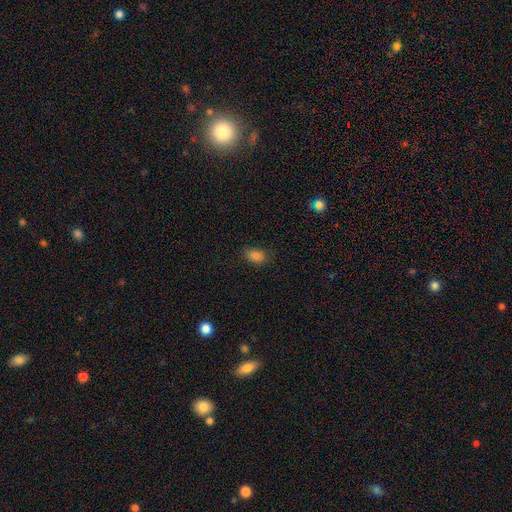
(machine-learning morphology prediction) A smooth galaxy with no disk features (83%) that is in between round and cigar-shaped (83%). Merging: none (80%).